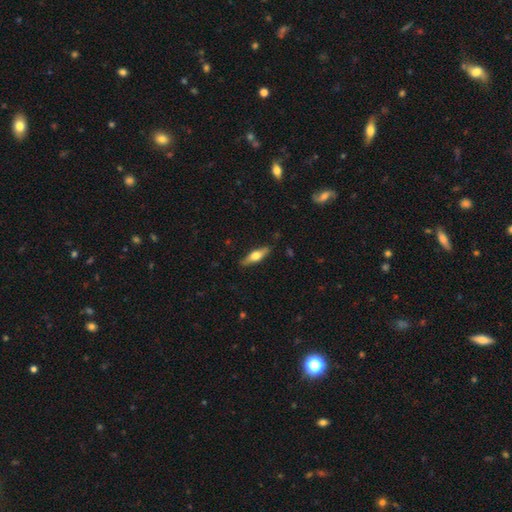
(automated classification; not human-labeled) Smooth or featured? Predicted: featured or disk (p=0.54). Edge-on disk? Predicted: yes (p=0.93). Edge-on bulge? Predicted: rounded (p=0.94). Merging? Predicted: none (p=0.87).